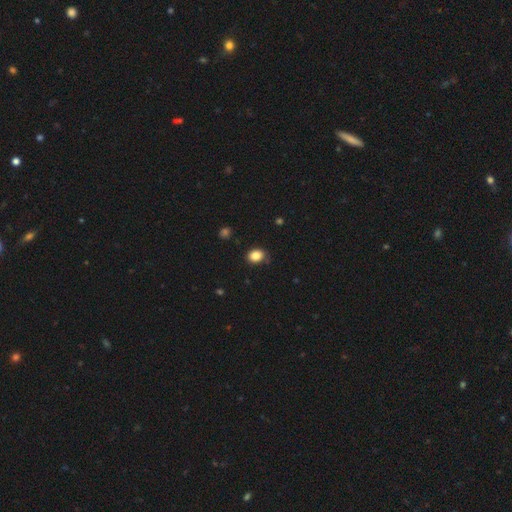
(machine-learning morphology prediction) Smooth or featured? smooth (85%)
How rounded? in between (53%)
Merging? none (79%)